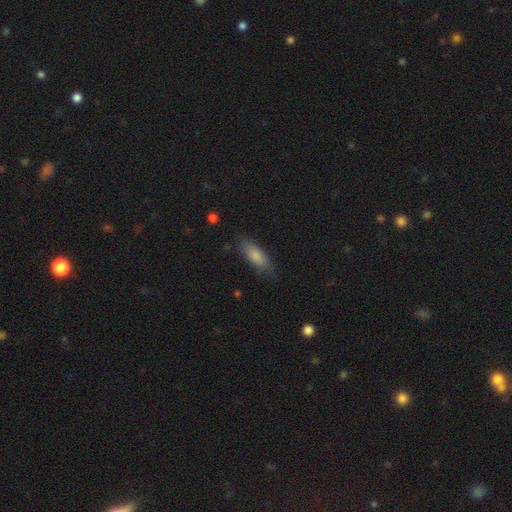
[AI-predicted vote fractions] A smooth galaxy with no disk features (84%) that is in between round and cigar-shaped (69%). Merging: none (75%).